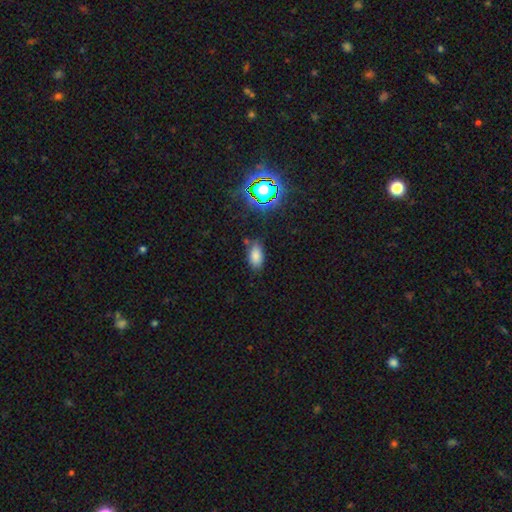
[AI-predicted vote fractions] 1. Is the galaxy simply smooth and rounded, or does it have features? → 77% smooth, 16% star or artifact, 7% featured or disk.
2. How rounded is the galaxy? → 91% in between, 5% round, 4% cigar-shaped.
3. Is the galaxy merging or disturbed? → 77% none, 15% minor disturbance, 4% major disturbance, 4% merger.